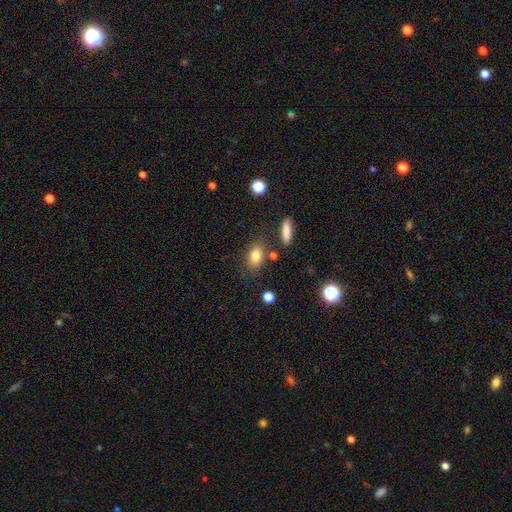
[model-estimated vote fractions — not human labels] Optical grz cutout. It shows a smooth galaxy with no disk features (81%) that is in between round and cigar-shaped (78%). Merging: none (76%).